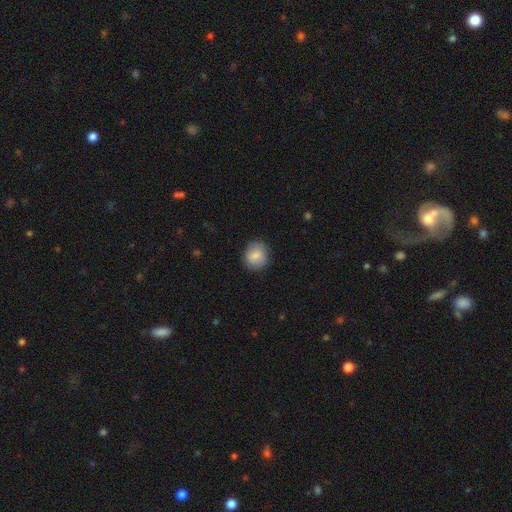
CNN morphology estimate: Smooth or featured?
  - smooth: 84% *
  - featured or disk: 8%
  - star or artifact: 7%
How rounded?
  - round: 75% *
  - in between: 24%
  - cigar-shaped: 1%
Merging?
  - none: 85% *
  - minor disturbance: 11%
  - major disturbance: 3%
  - merger: 1%